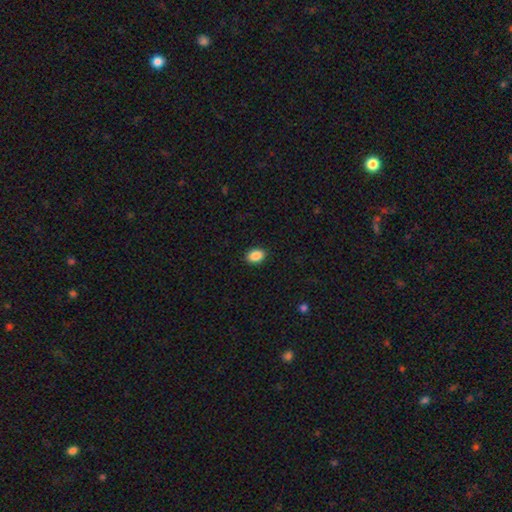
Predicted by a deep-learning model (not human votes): Smooth or featured? smooth (89%)
How rounded? in between (79%)
Merging? none (91%)